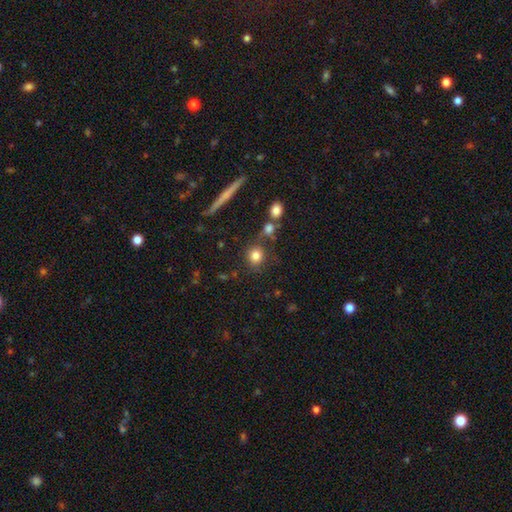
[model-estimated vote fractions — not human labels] Smooth or featured?
  - smooth: 82% *
  - star or artifact: 11%
  - featured or disk: 8%
How rounded?
  - round: 84% *
  - in between: 14%
  - cigar-shaped: 2%
Merging?
  - none: 73% *
  - merger: 11%
  - minor disturbance: 11%
  - major disturbance: 5%